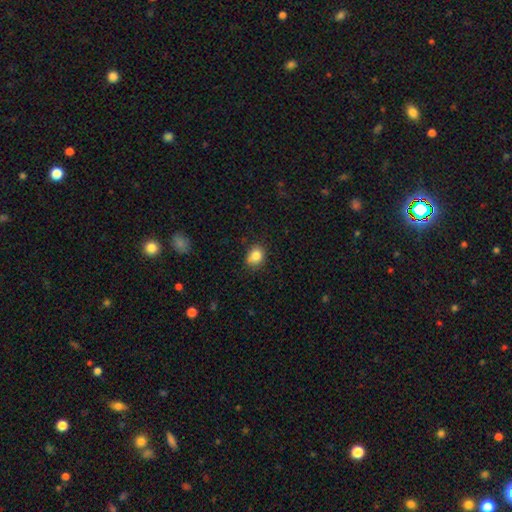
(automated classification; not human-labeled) smooth_or_featured: smooth (p=0.83) [alt: star or artifact p=0.10]
how_rounded: round (p=0.59) [alt: in between p=0.40]
merging: none (p=0.75) [alt: minor disturbance p=0.19]